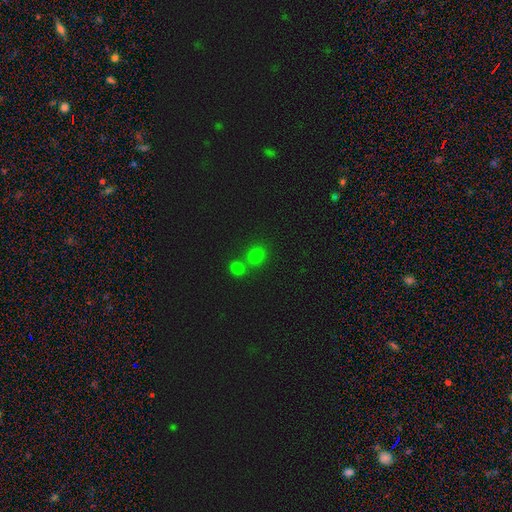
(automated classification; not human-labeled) Smooth or featured: smooth — 75% (star or artifact — 20%)
How rounded: round — 76% (in between — 23%)
Merging: none — 56% (merger — 34%)